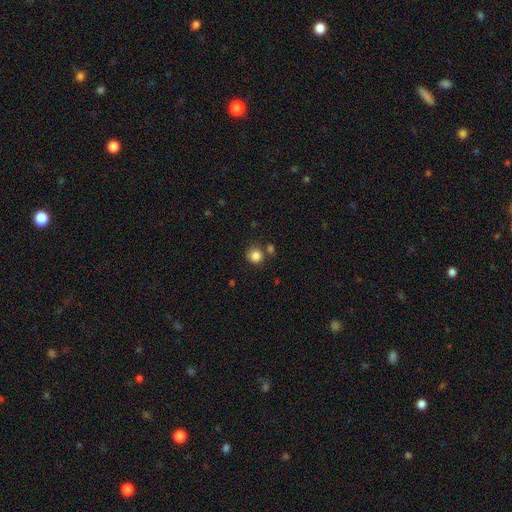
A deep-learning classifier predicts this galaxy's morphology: smooth_or_featured: smooth (p=0.85) [alt: star or artifact p=0.11]
how_rounded: round (p=0.87) [alt: in between p=0.12]
merging: none (p=0.68) [alt: minor disturbance p=0.15]